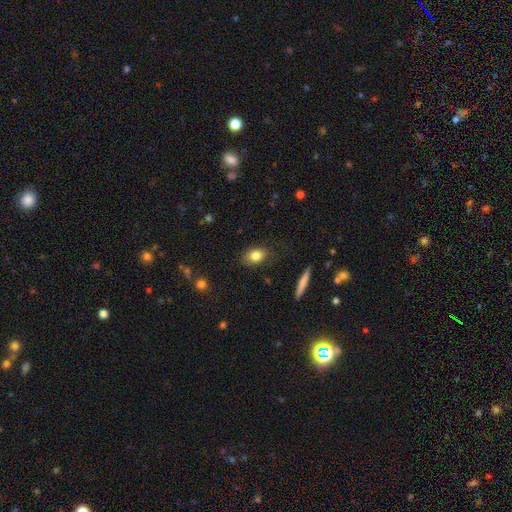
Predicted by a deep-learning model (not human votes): Morphology: type=smooth (80%); roundness=in between (80%); merging=none (82%).